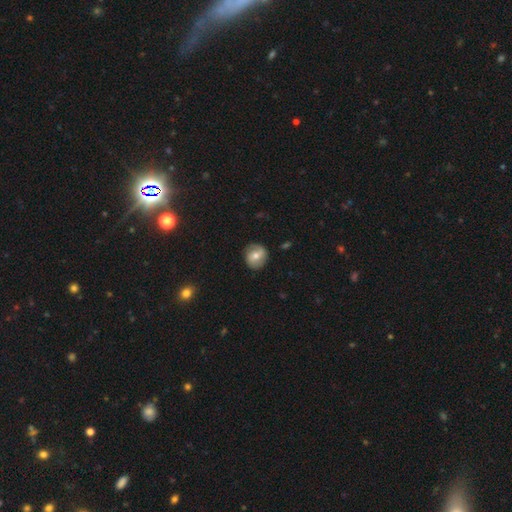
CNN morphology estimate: A smooth galaxy with no disk features (49%).

Vote fractions:
- Smooth or featured? smooth: 49% / featured or disk: 43% / star or artifact: 7%
- Merging? none: 82% / minor disturbance: 13% / major disturbance: 4% / merger: 1%